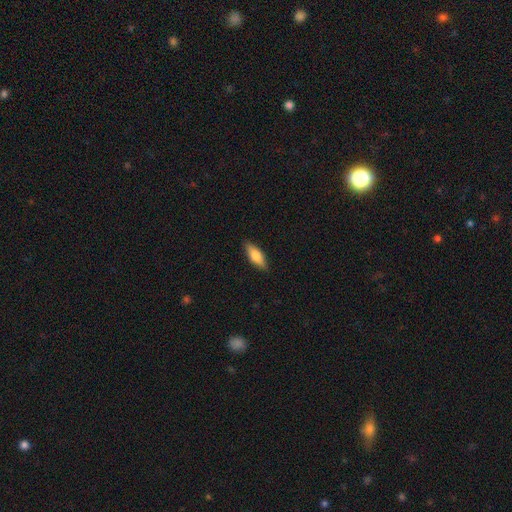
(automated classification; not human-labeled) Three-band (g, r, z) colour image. It shows a smooth galaxy with no disk features (74%) that is in between round and cigar-shaped (68%). Merging: none (87%).